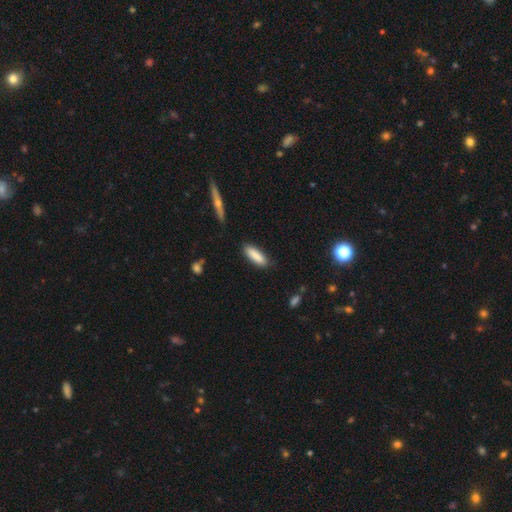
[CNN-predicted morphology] The model was most divided on "how rounded": in between: 54%, cigar-shaped: 45%, round: 1%. More confident: smooth or featured — smooth (88%); merging — none (85%).